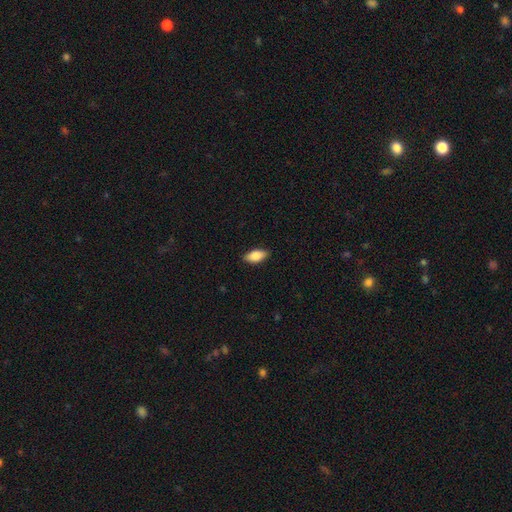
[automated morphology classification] A smooth galaxy with no disk features (86%) that is in between round and cigar-shaped (89%). Merging: none (88%).